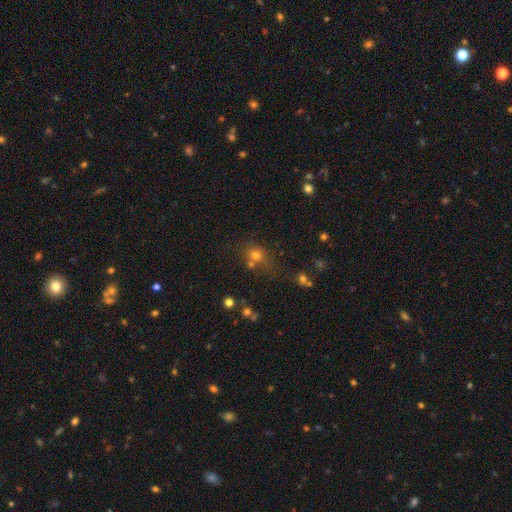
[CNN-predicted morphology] smooth-or-featured: smooth: 68% | star or artifact: 20% | featured or disk: 11%
  how-rounded: round: 70% | in between: 28% | cigar-shaped: 1%
  merging: none: 51% | merger: 29% | minor disturbance: 14% | major disturbance: 7%